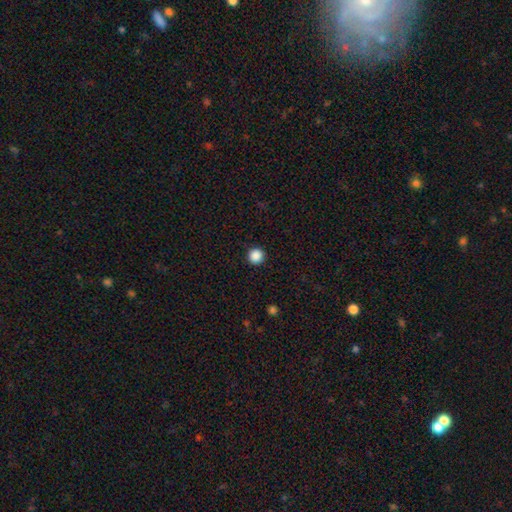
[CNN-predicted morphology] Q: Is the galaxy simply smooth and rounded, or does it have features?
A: smooth — 88%.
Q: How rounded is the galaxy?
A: round — 96%.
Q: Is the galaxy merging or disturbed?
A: none — 93%.